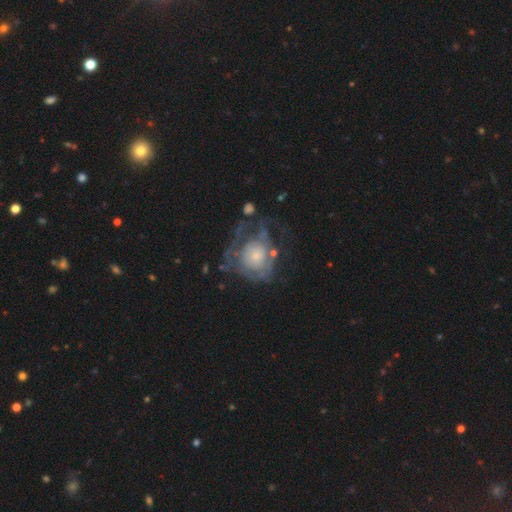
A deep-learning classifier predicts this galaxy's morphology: This is likely a featured or disk galaxy (64%). It is clearly not viewed edge-on (97%). Bar: clearly no (85%). Spiral arm pattern: possibly yes (53%). Central bulge: marginally small (44%). Merging: marginally none (38%).